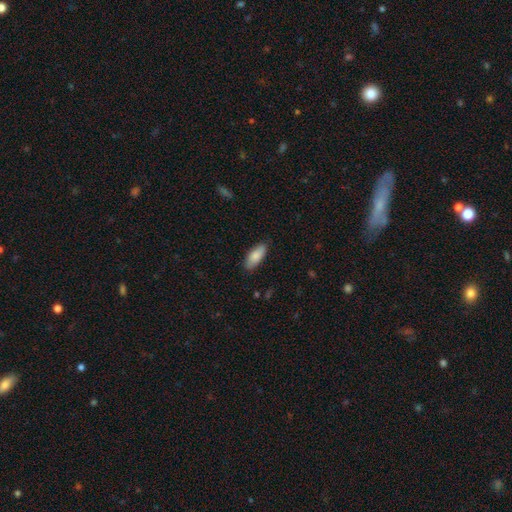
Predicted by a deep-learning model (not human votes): A smooth galaxy with no disk features (85%) that is in between round and cigar-shaped (81%). Merging: none (85%).